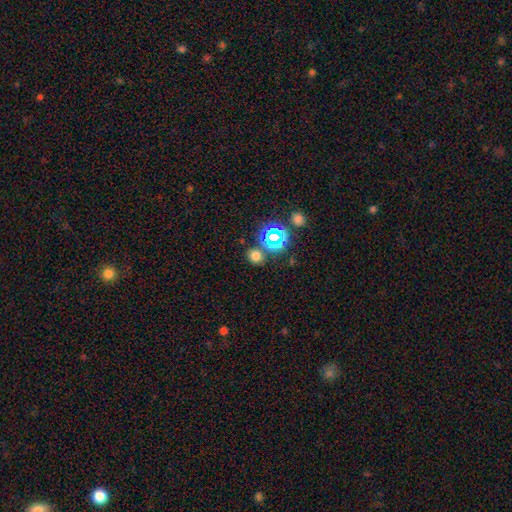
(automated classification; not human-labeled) This is likely a smooth galaxy (67%). How rounded: likely round (75%). Merging: likely none (80%).